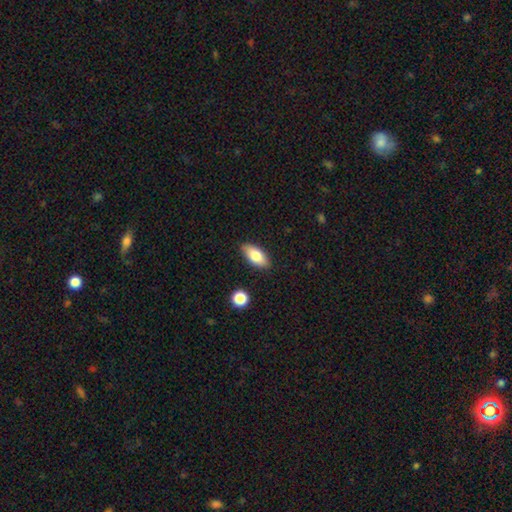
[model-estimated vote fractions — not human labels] This appears to be a smooth galaxy with no disk features (79%) that is in between round and cigar-shaped (89%). Merging: none (86%).